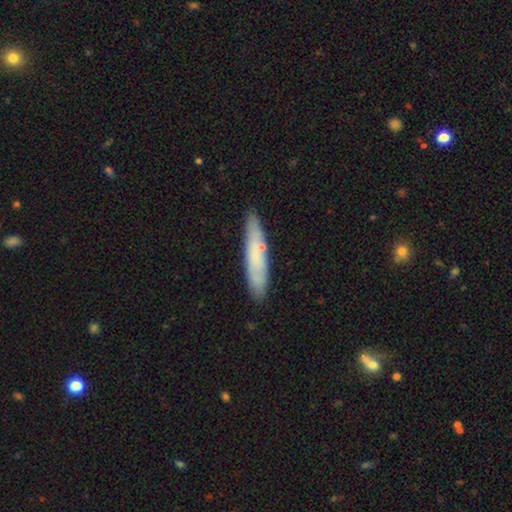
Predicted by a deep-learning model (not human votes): Smooth or featured? smooth (60%)
How rounded? cigar-shaped (86%)
Merging? none (82%)